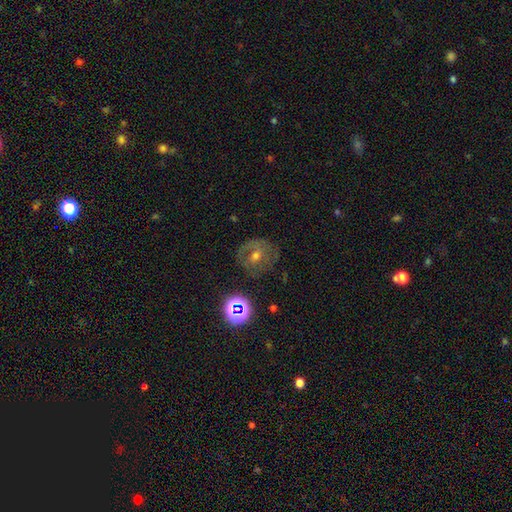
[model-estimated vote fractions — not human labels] Smooth or featured: featured or disk — 55% (smooth — 27%)
Edge-on disk: no — 96% (yes — 4%)
Bar: no — 53% (weak — 34%)
Spiral arms: yes — 60% (no — 40%)
Bulge size: moderate — 59% (small — 35%)
Merging: none — 72% (minor disturbance — 17%)